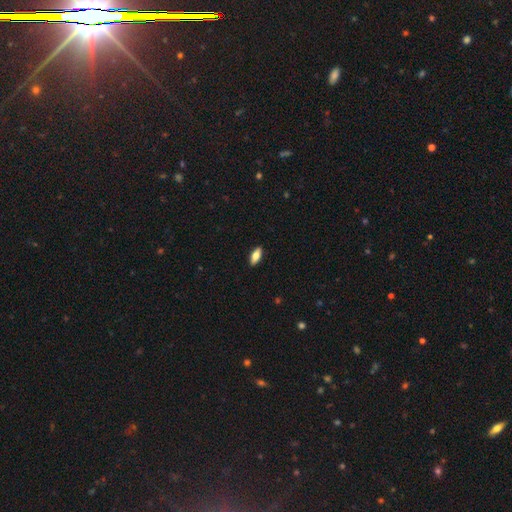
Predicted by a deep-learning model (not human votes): Smooth or featured? Predicted: smooth (p=0.73). How rounded? Predicted: in between (p=0.79). Merging? Predicted: none (p=0.90).